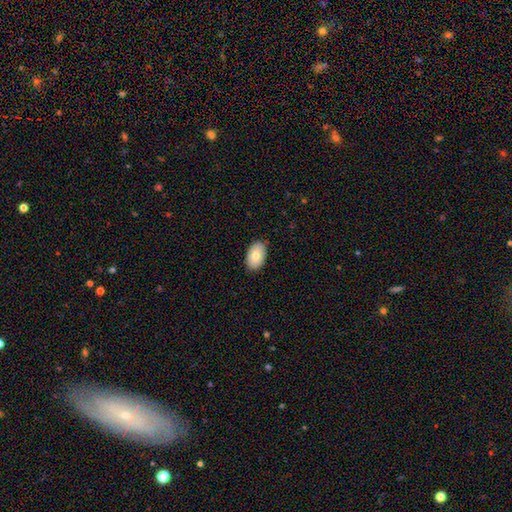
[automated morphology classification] type=smooth (79%); roundness=in between (92%); merging=none (87%).